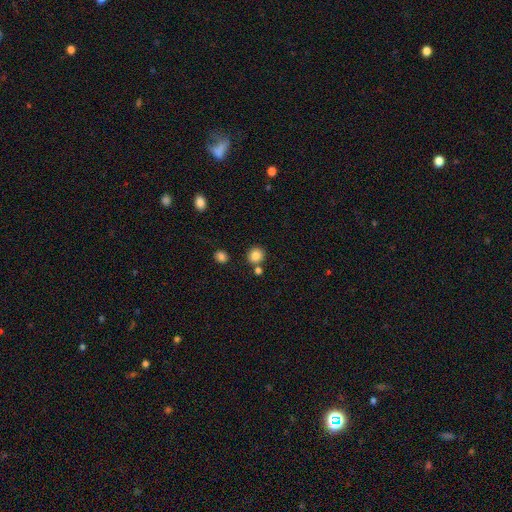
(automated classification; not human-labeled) Q: Smooth or featured?
A: smooth (84%); runner-up: star or artifact (11%)
Q: How rounded?
A: round (90%); runner-up: in between (10%)
Q: Merging?
A: none (78%); runner-up: merger (11%)